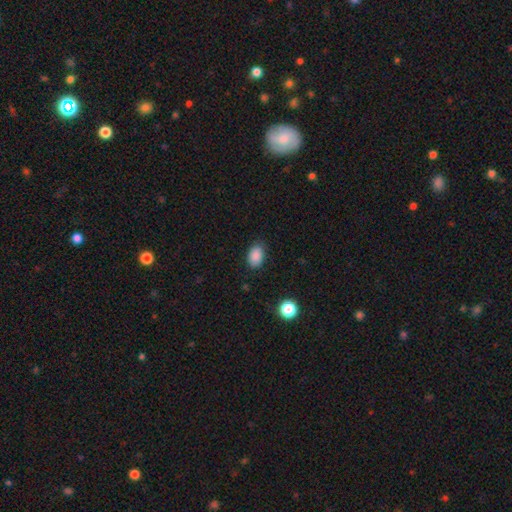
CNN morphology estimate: Q: Smooth or featured?
A: smooth (87%); runner-up: star or artifact (9%)
Q: How rounded?
A: in between (84%); runner-up: round (15%)
Q: Merging?
A: none (82%); runner-up: minor disturbance (14%)